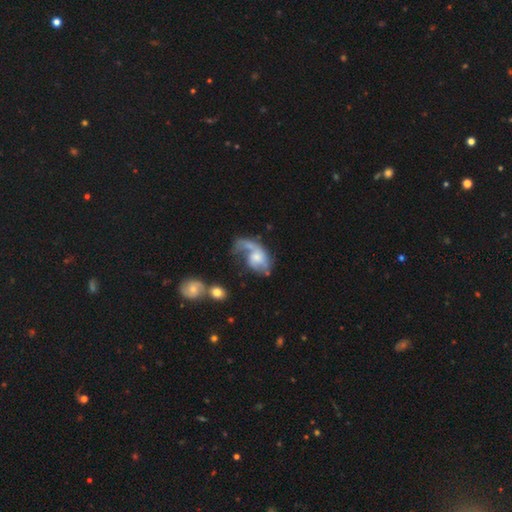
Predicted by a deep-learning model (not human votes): The model was most divided on "bulge size": moderate: 42%, small: 36%, none: 11%, large: 9%, dominant: 2%. Remaining: edge-on disk — no (96%); spiral arms — yes (78%); bar — no (71%); smooth or featured — featured or disk (66%); merging — major disturbance (44%).